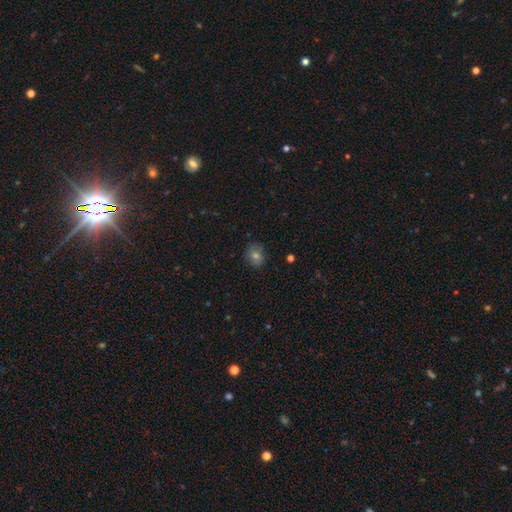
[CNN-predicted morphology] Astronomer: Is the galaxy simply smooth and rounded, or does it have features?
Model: smooth — 67%.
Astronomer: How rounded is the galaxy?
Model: round — 66%.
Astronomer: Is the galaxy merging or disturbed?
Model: none — 81%.